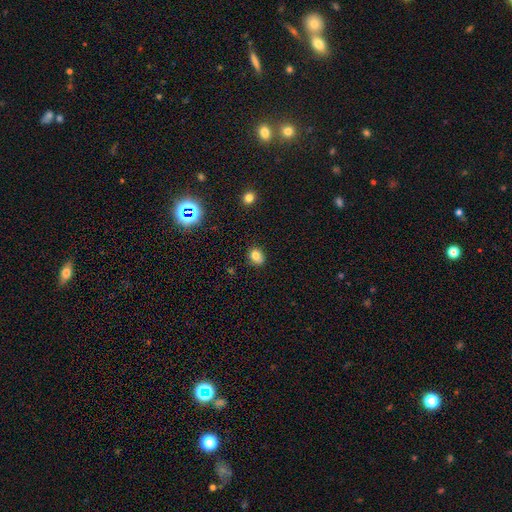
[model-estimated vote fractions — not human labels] Q: Smooth or featured?
A: smooth (78%); runner-up: star or artifact (14%)
Q: How rounded?
A: round (57%); runner-up: in between (42%)
Q: Merging?
A: none (76%); runner-up: minor disturbance (17%)